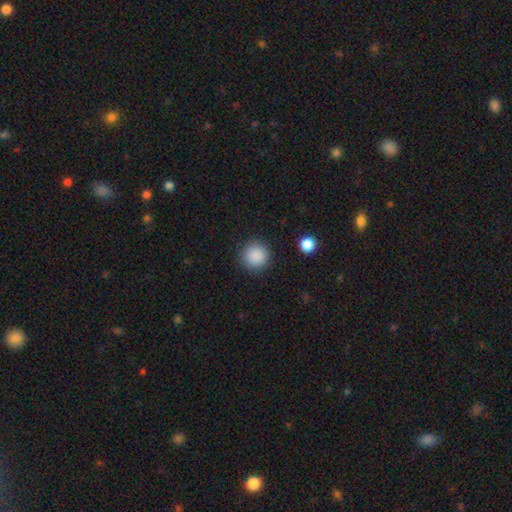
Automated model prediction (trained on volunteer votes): The model was most divided on "smooth or featured": smooth: 88%, star or artifact: 9%, featured or disk: 3%. More confident: how rounded — round (95%); merging — none (90%).